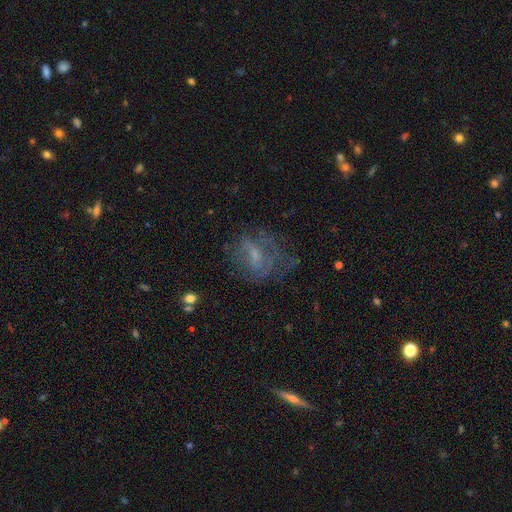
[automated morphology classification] This is possibly a featured or disk galaxy (51%). It is clearly not viewed edge-on (95%). Merging: possibly none (48%).